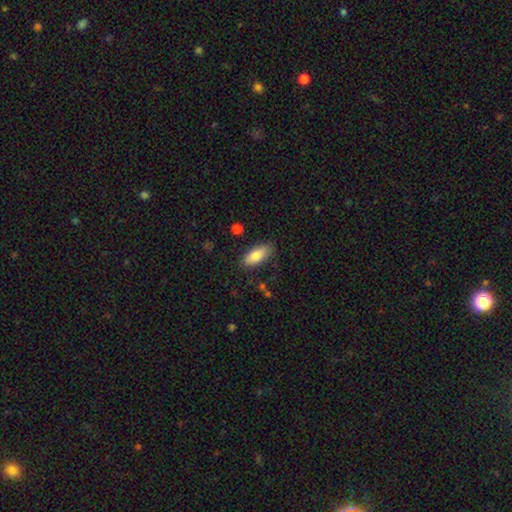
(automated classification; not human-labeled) The model was most divided on "how rounded": in between: 83%, cigar-shaped: 14%, round: 2%. More confident: merging — none (83%); smooth or featured — smooth (82%).